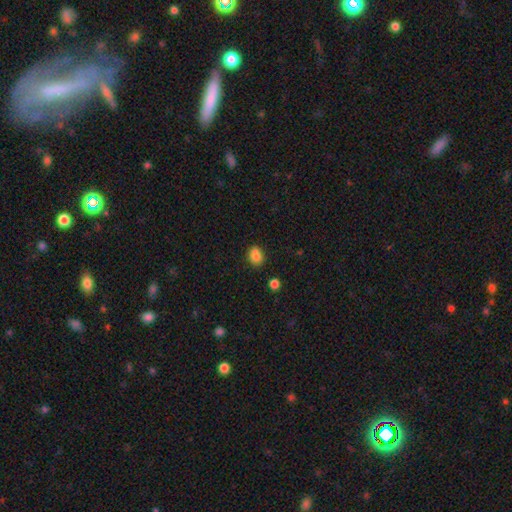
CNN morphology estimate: The model was most divided on "how rounded": in between: 55%, round: 44%, cigar-shaped: 1%. More confident: smooth or featured — smooth (83%); merging — none (73%).